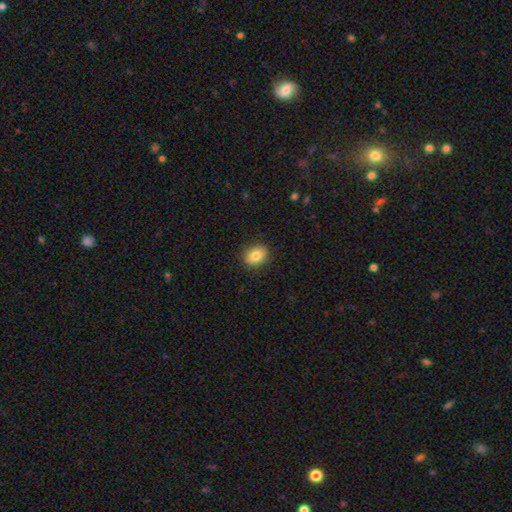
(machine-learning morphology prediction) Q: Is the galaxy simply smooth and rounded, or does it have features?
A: smooth — 79%.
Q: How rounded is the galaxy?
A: in between — 55%.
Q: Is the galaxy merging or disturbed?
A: none — 89%.